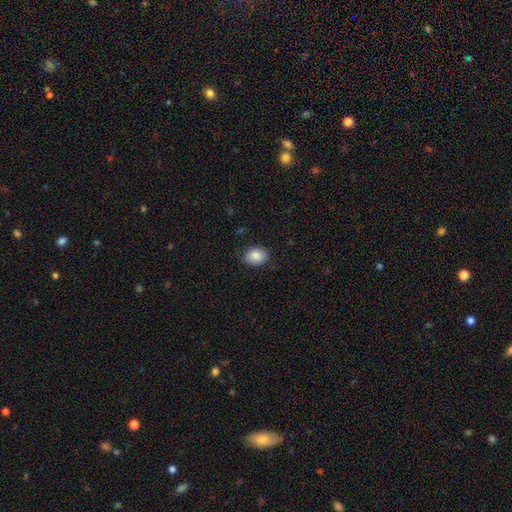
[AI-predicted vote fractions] A smooth galaxy with no disk features (88%) that is in between round and cigar-shaped (64%). Merging: none (84%).